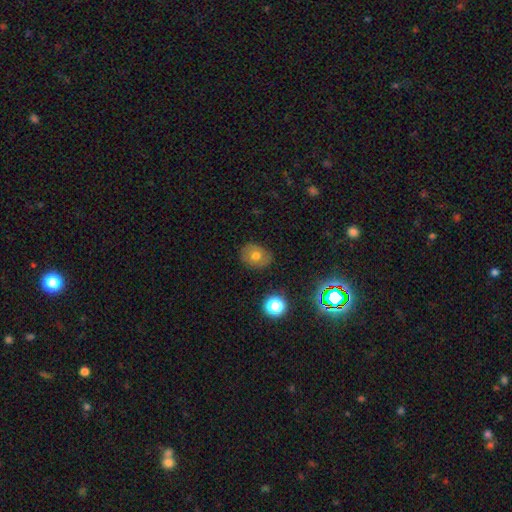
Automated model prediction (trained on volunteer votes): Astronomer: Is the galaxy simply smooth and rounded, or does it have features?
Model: smooth — 66%.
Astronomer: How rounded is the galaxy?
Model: round — 51% (runner-up: in between, 48%).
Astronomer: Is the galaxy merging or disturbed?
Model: none — 83%.